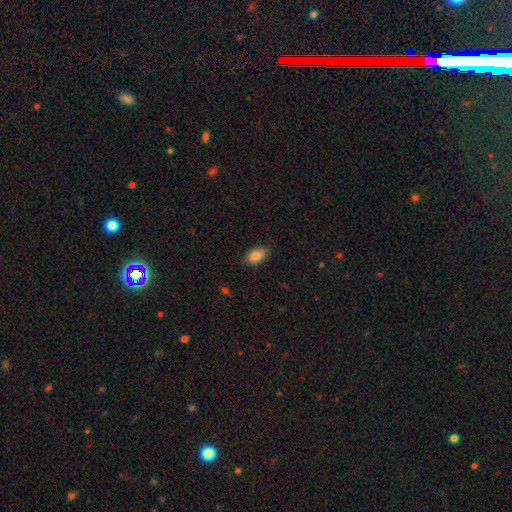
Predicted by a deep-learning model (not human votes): Overall: smooth (85%). How rounded: in between (92%). Merging: none (85%).